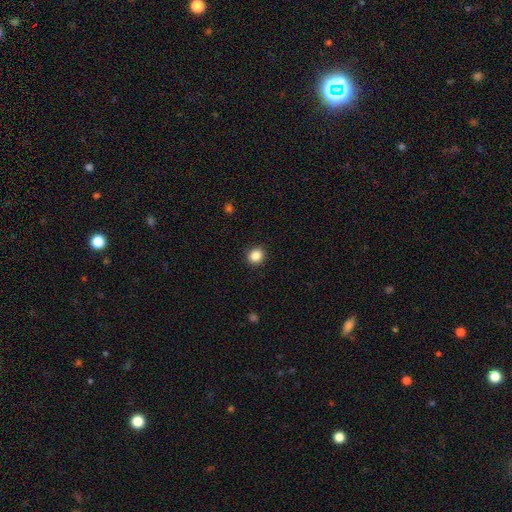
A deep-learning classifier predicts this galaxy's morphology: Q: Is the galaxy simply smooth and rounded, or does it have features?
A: smooth — 85%.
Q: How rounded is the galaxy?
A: round — 87%.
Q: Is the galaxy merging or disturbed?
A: none — 92%.